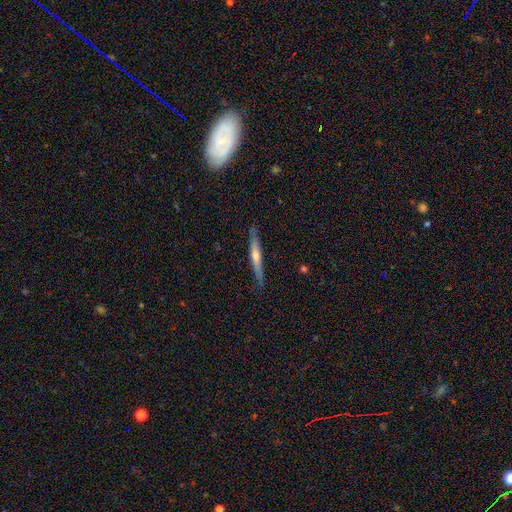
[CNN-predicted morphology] The model was most divided on "smooth or featured": featured or disk: 66%, smooth: 27%, star or artifact: 6%. More confident: edge-on disk — yes (97%); merging — none (87%); edge-on bulge — rounded (74%).